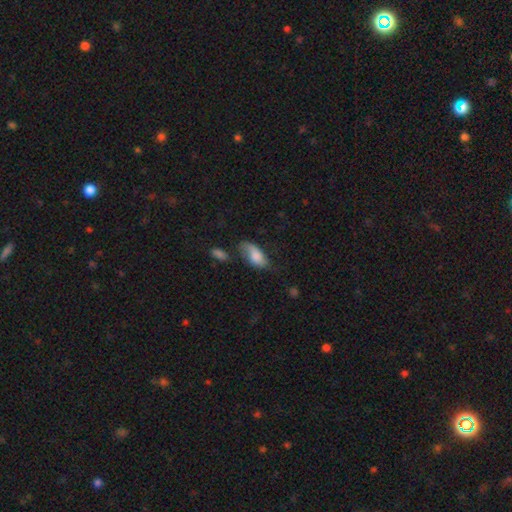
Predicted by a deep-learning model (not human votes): A smooth galaxy with no disk features (71%) that is in between round and cigar-shaped (91%).

Vote fractions:
- Smooth or featured? smooth: 71% / featured or disk: 22% / star or artifact: 8%
- How rounded? in between: 91% / cigar-shaped: 6% / round: 3%
- Merging? none: 40% / minor disturbance: 32% / major disturbance: 20% / merger: 8%